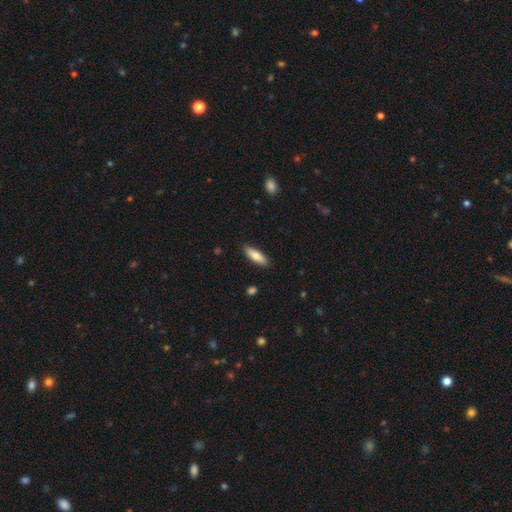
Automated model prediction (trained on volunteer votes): A smooth galaxy with no disk features (76%) that is in between round and cigar-shaped (49%, tied with cigar-shaped).

Vote fractions:
- Smooth or featured? smooth: 76% / featured or disk: 18% / star or artifact: 6%
- How rounded? in between: 49% (tied) / cigar-shaped: 49% (tied) / round: 2%
- Merging? none: 88% / minor disturbance: 9% / major disturbance: 2% / merger: 1%